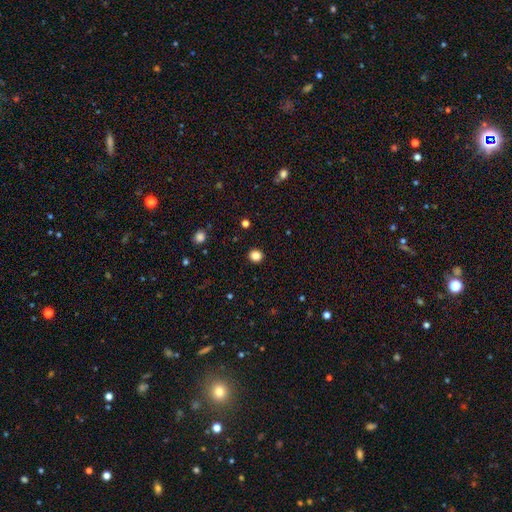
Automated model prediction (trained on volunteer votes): smooth 84%, star or artifact 12%, featured or disk 4%. Down the decision tree: how rounded — round (90%); merging — none (93%).